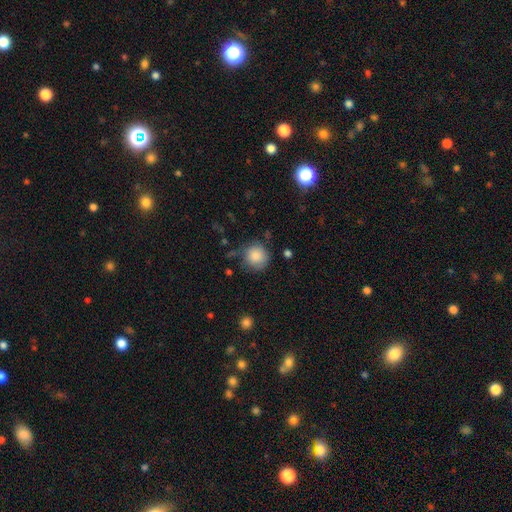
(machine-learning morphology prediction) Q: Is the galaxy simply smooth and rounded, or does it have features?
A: smooth — 86%.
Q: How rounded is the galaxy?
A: round — 92%.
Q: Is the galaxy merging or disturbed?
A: none — 72%.